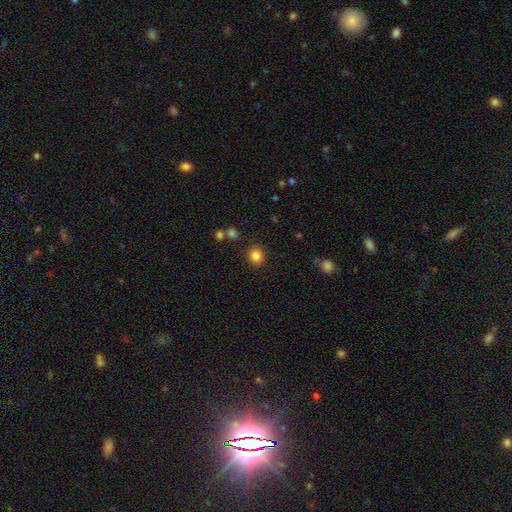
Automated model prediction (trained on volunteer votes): Morphology: type=smooth (84%); roundness=round (84%); merging=none (87%).